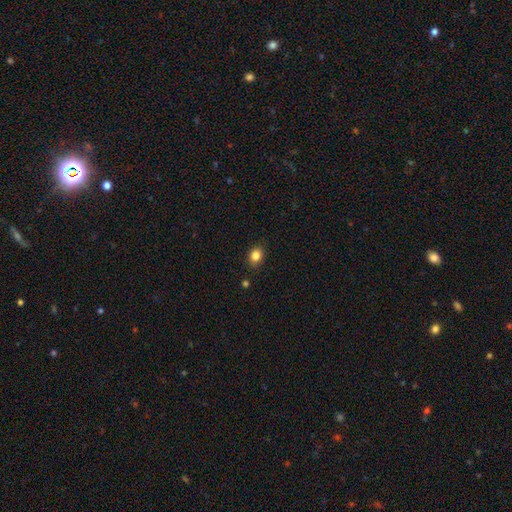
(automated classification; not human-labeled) Smooth or featured: smooth — 84% (star or artifact — 11%)
How rounded: round — 54% (in between — 45%)
Merging: none — 87% (minor disturbance — 10%)